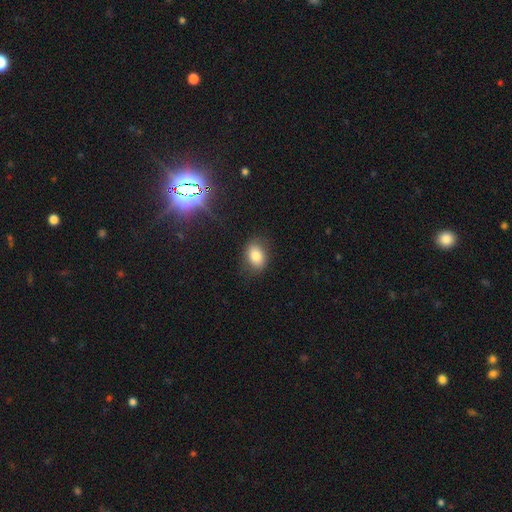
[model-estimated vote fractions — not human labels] This appears to be a smooth galaxy with no disk features (80%) that is in between round and cigar-shaped (74%). Merging: none (82%).